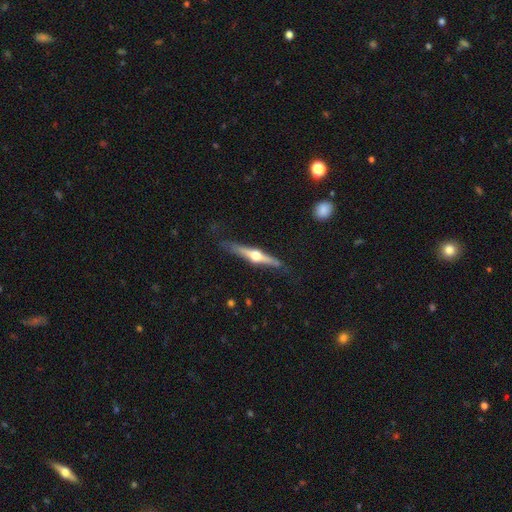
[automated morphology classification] The model was most divided on "smooth or featured": featured or disk: 75%, smooth: 20%, star or artifact: 5%. More confident: edge-on disk — yes (97%); edge-on bulge — rounded (95%); merging — none (81%).